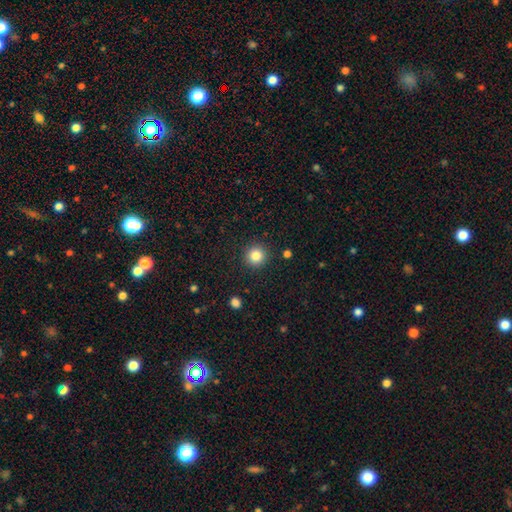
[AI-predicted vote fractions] Smooth or featured?
  - smooth: 84% *
  - star or artifact: 11%
  - featured or disk: 5%
How rounded?
  - round: 95% *
  - in between: 4%
  - cigar-shaped: 1%
Merging?
  - none: 91% *
  - minor disturbance: 6%
  - major disturbance: 2%
  - merger: 1%